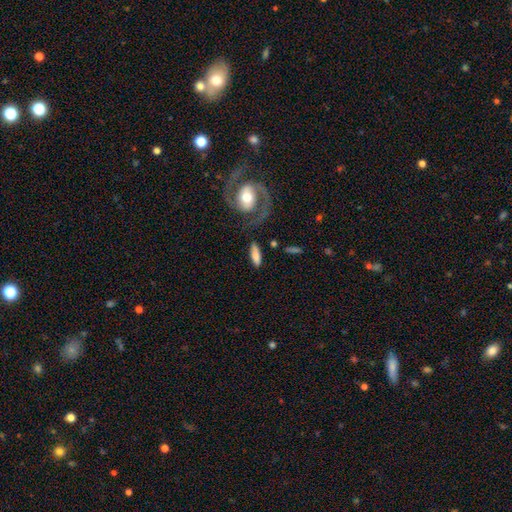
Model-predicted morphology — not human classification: Smooth or featured? Predicted: smooth (p=0.72). How rounded? Predicted: in between (p=0.59). Merging? Predicted: none (p=0.75).